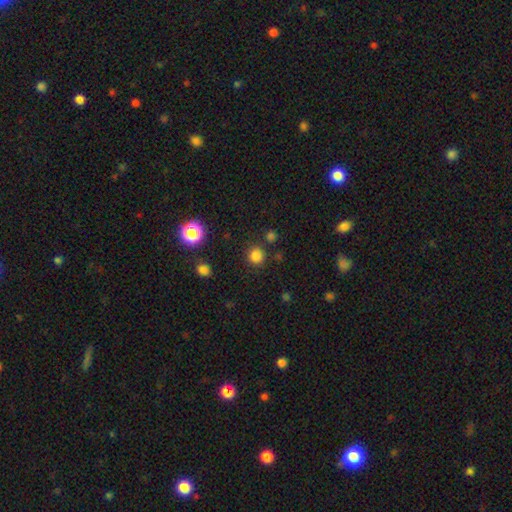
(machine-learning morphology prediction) smooth_or_featured: smooth (p=0.80) [alt: star or artifact p=0.17]
how_rounded: round (p=0.91) [alt: in between p=0.08]
merging: none (p=0.84) [alt: minor disturbance p=0.08]